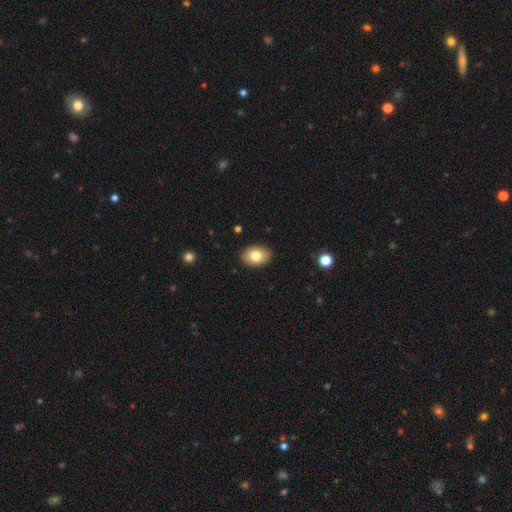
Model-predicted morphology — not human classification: Smooth or featured: smooth — 80% (featured or disk — 12%)
How rounded: in between — 81% (round — 17%)
Merging: none — 89% (minor disturbance — 8%)